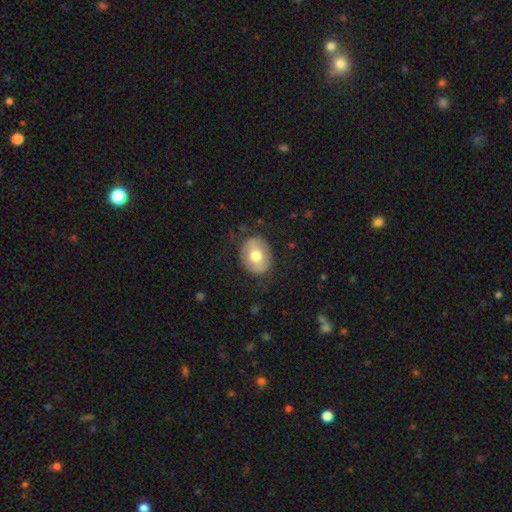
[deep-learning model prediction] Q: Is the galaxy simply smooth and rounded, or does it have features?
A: smooth — 63%.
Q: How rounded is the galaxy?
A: in between — 51%.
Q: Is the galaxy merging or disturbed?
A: none — 80%.